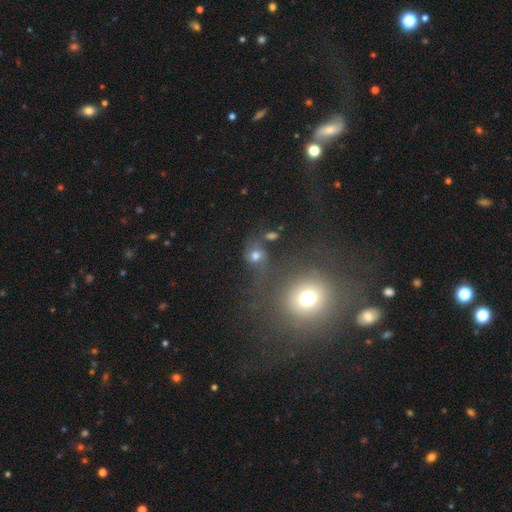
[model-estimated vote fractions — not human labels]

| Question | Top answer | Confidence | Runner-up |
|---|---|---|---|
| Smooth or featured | smooth | 61% | star or artifact (21%) |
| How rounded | round | 68% | in between (30%) |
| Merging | none | 46% | merger (20%) |